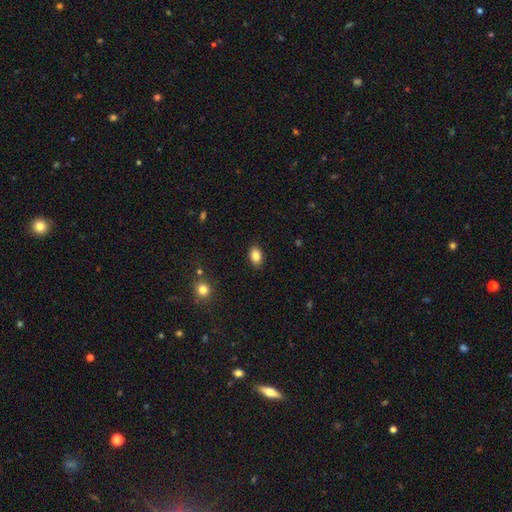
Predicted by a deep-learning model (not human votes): Smooth or featured? Predicted: smooth (p=0.86). How rounded? Predicted: in between (p=0.85). Merging? Predicted: none (p=0.88).